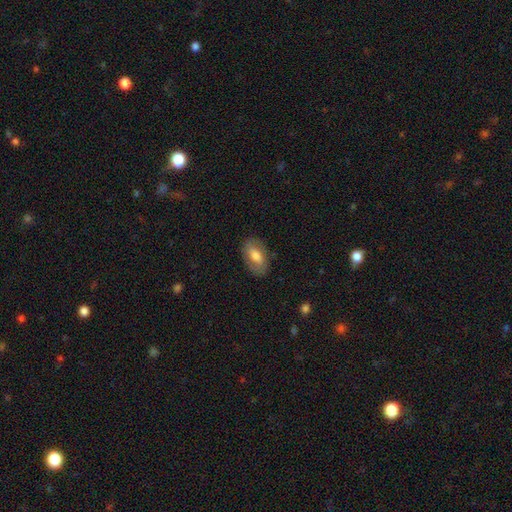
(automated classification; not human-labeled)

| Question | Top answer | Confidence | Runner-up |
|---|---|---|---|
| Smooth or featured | smooth | 62% | featured or disk (31%) |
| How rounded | in between | 91% | round (6%) |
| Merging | none | 82% | minor disturbance (13%) |